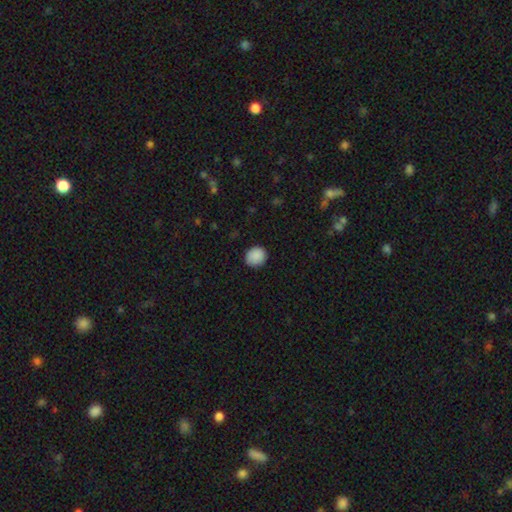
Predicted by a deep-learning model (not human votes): Smooth or featured: smooth — 89% (star or artifact — 8%)
How rounded: round — 80% (in between — 19%)
Merging: none — 88% (minor disturbance — 9%)